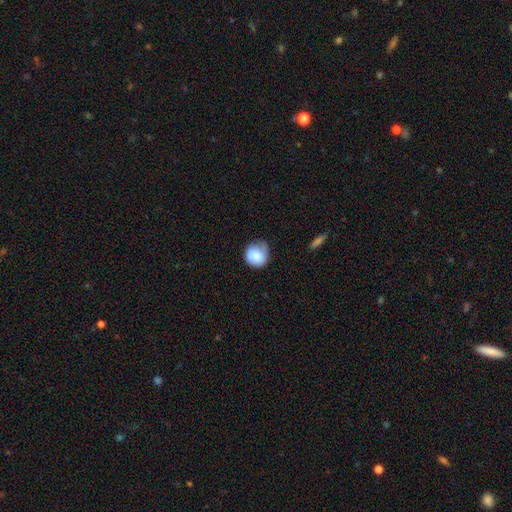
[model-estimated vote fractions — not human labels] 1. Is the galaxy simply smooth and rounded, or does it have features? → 73% smooth, 20% featured or disk, 7% star or artifact.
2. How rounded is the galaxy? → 84% round, 15% in between, 1% cigar-shaped.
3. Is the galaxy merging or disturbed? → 55% none, 32% minor disturbance, 11% major disturbance, 2% merger.